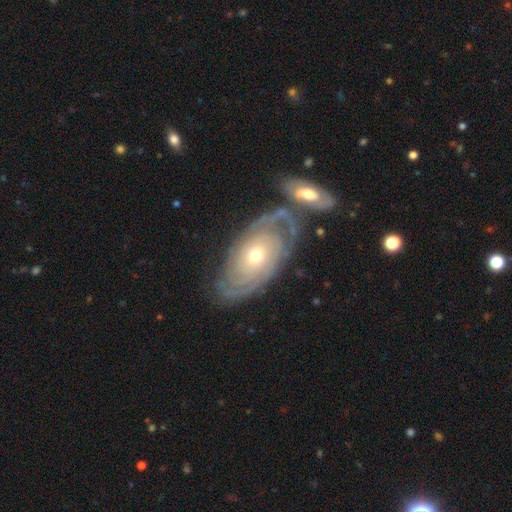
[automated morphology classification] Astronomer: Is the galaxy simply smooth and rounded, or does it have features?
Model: featured or disk — 85%.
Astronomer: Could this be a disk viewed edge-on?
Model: no — 94%.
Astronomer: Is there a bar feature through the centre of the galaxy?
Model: no — 82%.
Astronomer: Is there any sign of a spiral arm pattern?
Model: yes — 93%.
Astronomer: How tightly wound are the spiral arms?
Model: tight — 80%.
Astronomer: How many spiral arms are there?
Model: can't tell — 35% (runner-up: 2, 30%).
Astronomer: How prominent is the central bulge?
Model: small — 54% (runner-up: moderate, 42%).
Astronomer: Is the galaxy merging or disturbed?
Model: none — 66%.